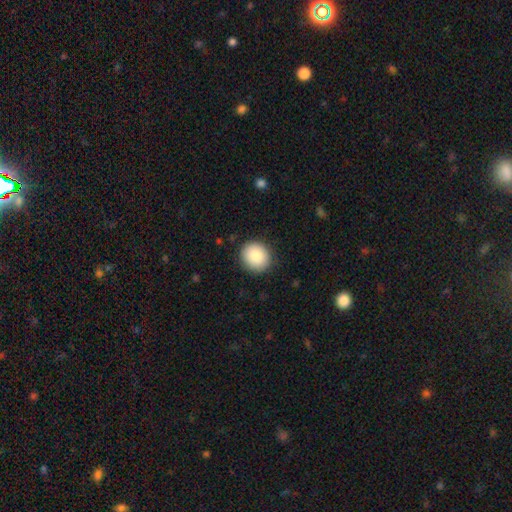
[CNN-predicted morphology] This is clearly a smooth galaxy (87%). How rounded: likely round (78%). Merging: clearly none (89%).